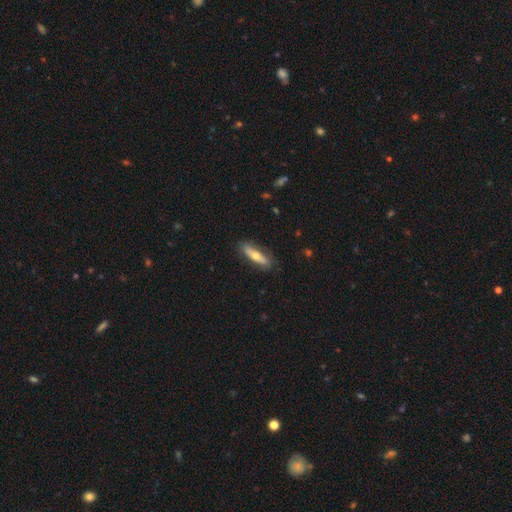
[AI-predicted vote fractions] Smooth or featured?
  - smooth: 53% *
  - featured or disk: 41%
  - star or artifact: 6%
How rounded?
  - cigar-shaped: 67% *
  - in between: 31%
  - round: 2%
Merging?
  - none: 82% *
  - minor disturbance: 14%
  - major disturbance: 3%
  - merger: 1%